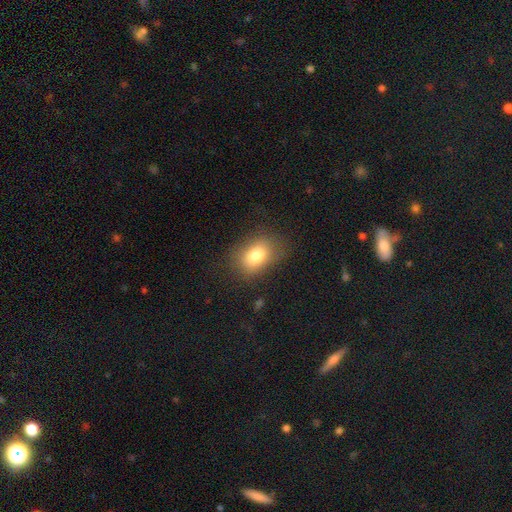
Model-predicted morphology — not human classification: This appears to be a smooth galaxy with no disk features (79%) that is in between round and cigar-shaped (78%). Merging: none (72%).